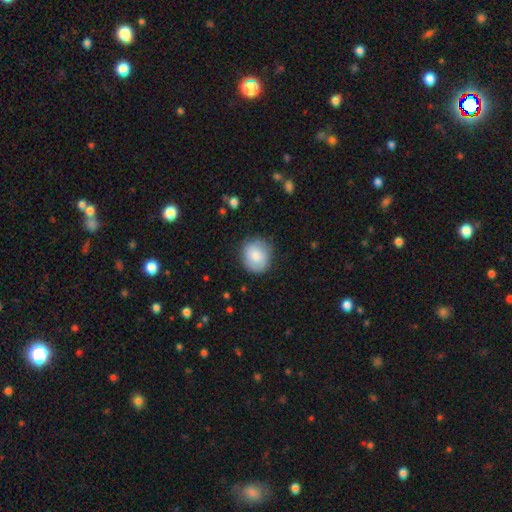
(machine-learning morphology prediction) Overall: smooth (79%). How rounded: round (80%). Merging: none (81%).